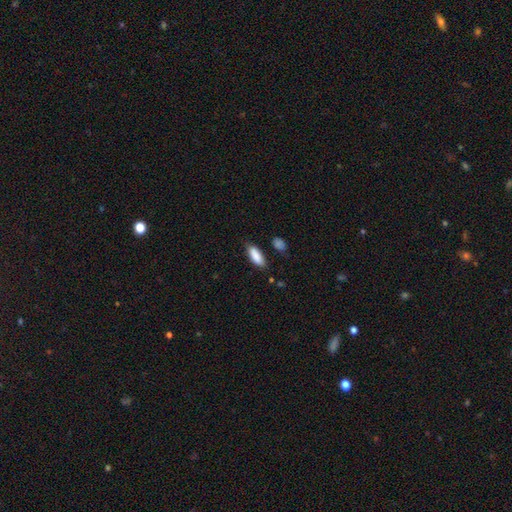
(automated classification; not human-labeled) Overall: smooth (88%). How rounded: in between (73%). Merging: none (77%).